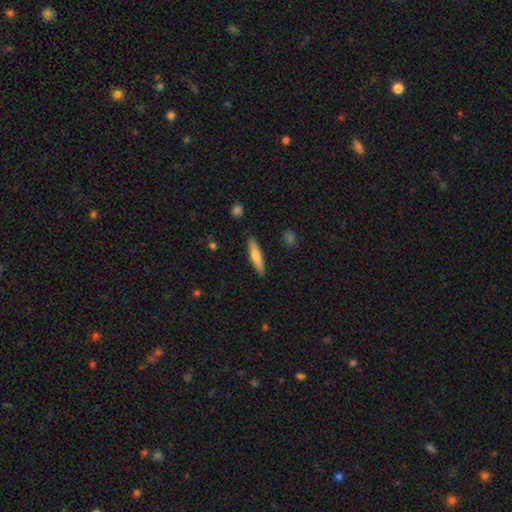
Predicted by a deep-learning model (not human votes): smooth 64%, featured or disk 30%, star or artifact 6%. Down the decision tree: how rounded — cigar-shaped (81%); merging — none (88%).